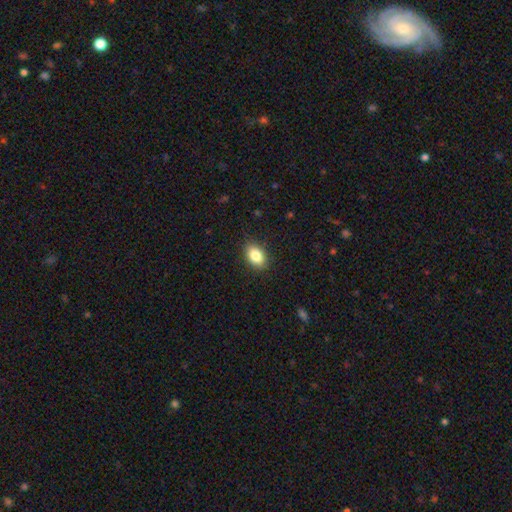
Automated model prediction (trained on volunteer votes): Overall: smooth (85%). How rounded: in between (86%). Merging: none (87%).